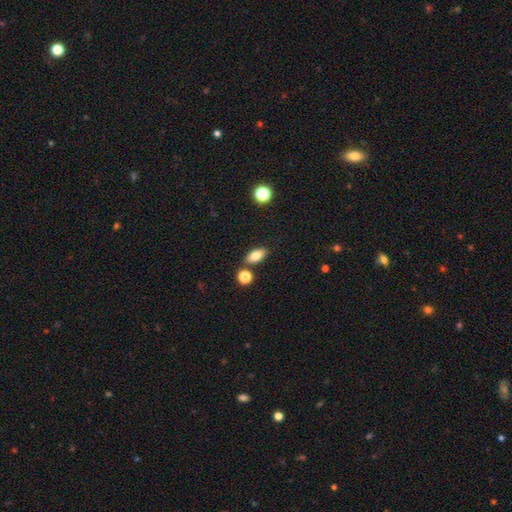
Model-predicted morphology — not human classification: smooth-or-featured: smooth: 78% | featured or disk: 13% | star or artifact: 9%
  how-rounded: in between: 85% | cigar-shaped: 8% | round: 7%
  merging: none: 81% | minor disturbance: 9% | merger: 7% | major disturbance: 2%